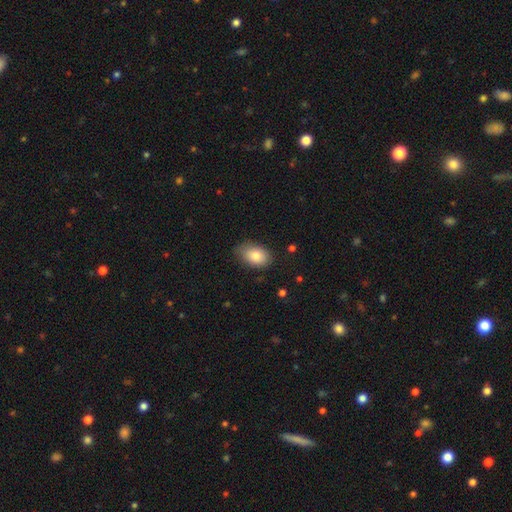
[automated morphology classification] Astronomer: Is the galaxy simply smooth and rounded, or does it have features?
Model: smooth — 82%.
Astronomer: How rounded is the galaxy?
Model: in between — 88%.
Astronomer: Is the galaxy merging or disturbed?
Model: none — 73%.